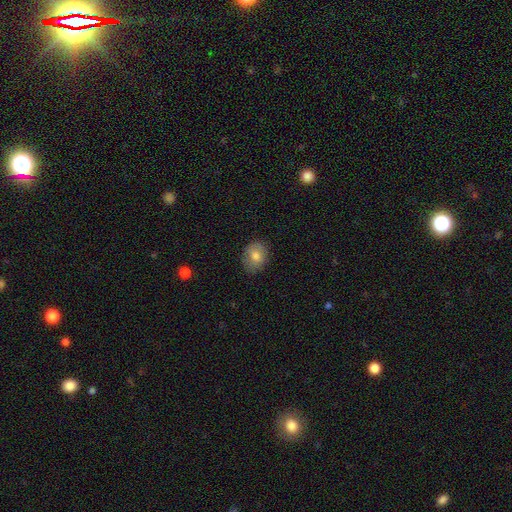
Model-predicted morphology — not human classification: Smooth or featured?
  - smooth: 78% *
  - featured or disk: 14%
  - star or artifact: 9%
How rounded?
  - in between: 52% *
  - round: 47%
  - cigar-shaped: 1%
Merging?
  - none: 82% *
  - minor disturbance: 14%
  - major disturbance: 3%
  - merger: 1%